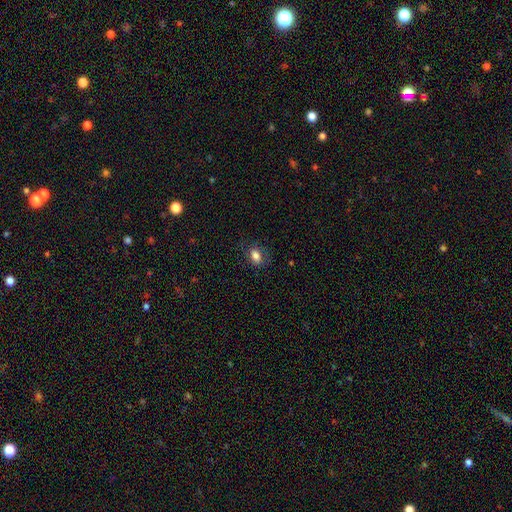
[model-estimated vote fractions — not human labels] smooth_or_featured: smooth (p=0.82) [alt: star or artifact p=0.09]
how_rounded: in between (p=0.79) [alt: round p=0.19]
merging: none (p=0.78) [alt: minor disturbance p=0.15]